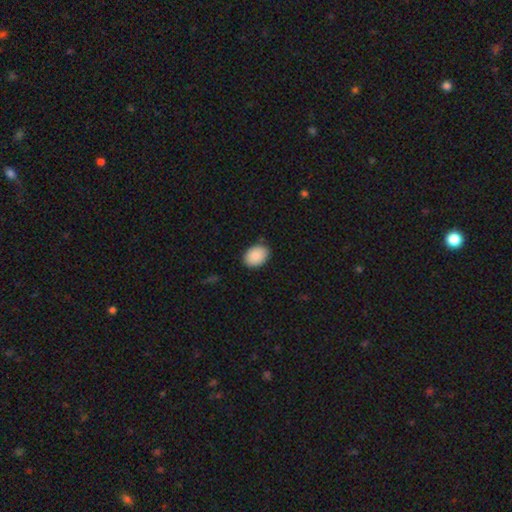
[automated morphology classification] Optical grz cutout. It shows a smooth galaxy with no disk features (90%) that is in between round and cigar-shaped (76%). Merging: none (87%).